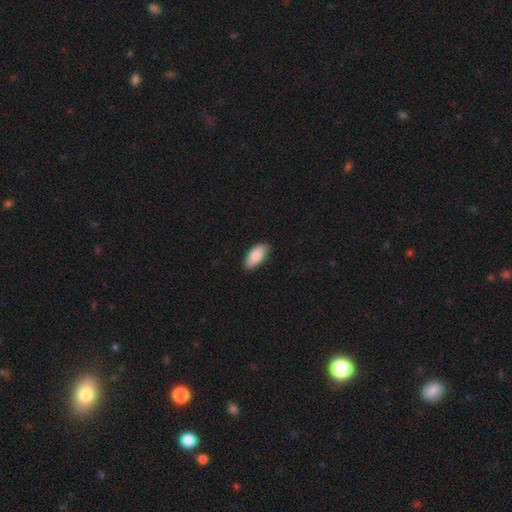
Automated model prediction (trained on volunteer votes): Smooth or featured?
  - smooth: 85% *
  - featured or disk: 9%
  - star or artifact: 6%
How rounded?
  - in between: 91% *
  - cigar-shaped: 7%
  - round: 2%
Merging?
  - none: 87% *
  - minor disturbance: 11%
  - major disturbance: 2%
  - merger: 1%